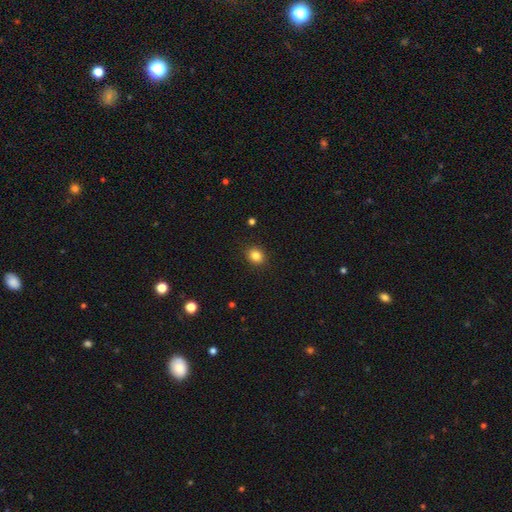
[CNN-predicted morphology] type=smooth (84%); roundness=round (67%); merging=none (90%).